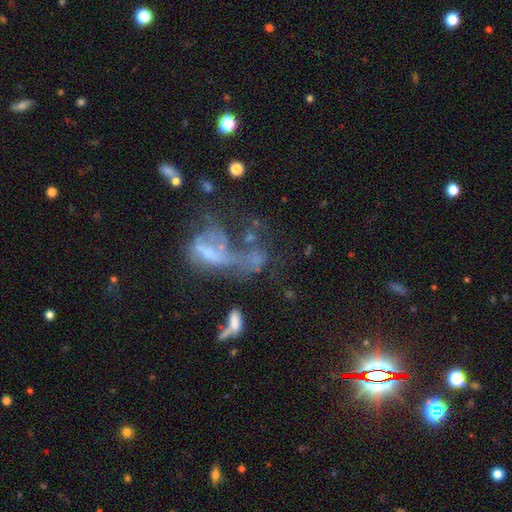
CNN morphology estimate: Q: Smooth or featured?
A: featured or disk (40%); runner-up: smooth (39%)
Q: Merging?
A: merger (39%); runner-up: major disturbance (31%)